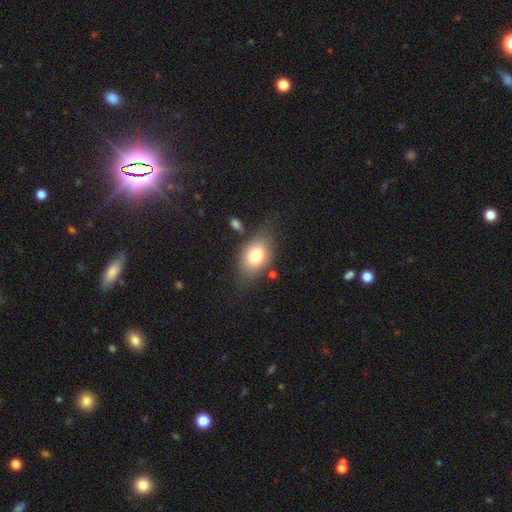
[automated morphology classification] Q: Smooth or featured?
A: smooth (75%); runner-up: featured or disk (16%)
Q: How rounded?
A: in between (80%); runner-up: round (18%)
Q: Merging?
A: none (67%); runner-up: minor disturbance (20%)